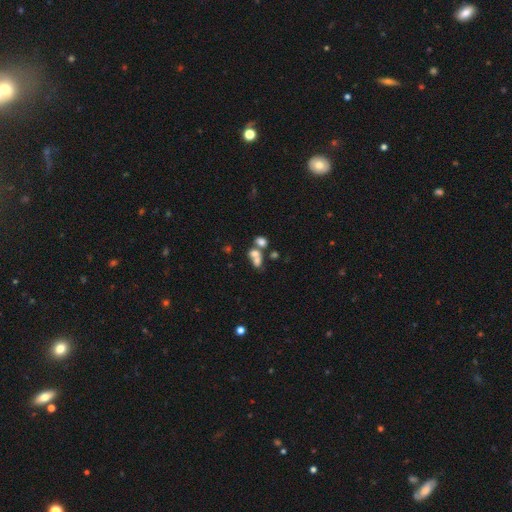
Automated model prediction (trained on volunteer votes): A smooth galaxy with no disk features (63%) that is in between round and cigar-shaped (58%). Merging: merger (62%).